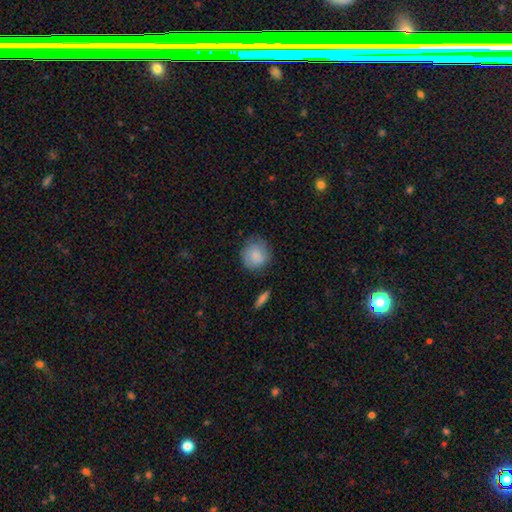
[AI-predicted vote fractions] Smooth or featured?
  - smooth: 84% *
  - featured or disk: 9%
  - star or artifact: 7%
How rounded?
  - round: 83% *
  - in between: 16%
  - cigar-shaped: 1%
Merging?
  - none: 71% *
  - minor disturbance: 21%
  - major disturbance: 6%
  - merger: 2%